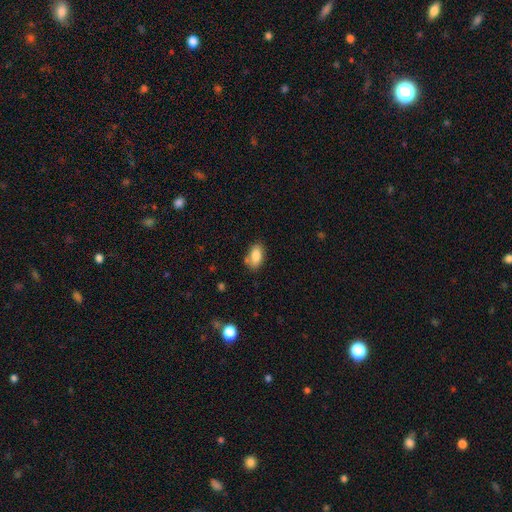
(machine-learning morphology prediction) Q: Smooth or featured?
A: smooth (85%); runner-up: star or artifact (8%)
Q: How rounded?
A: in between (91%); runner-up: round (5%)
Q: Merging?
A: none (69%); runner-up: minor disturbance (19%)